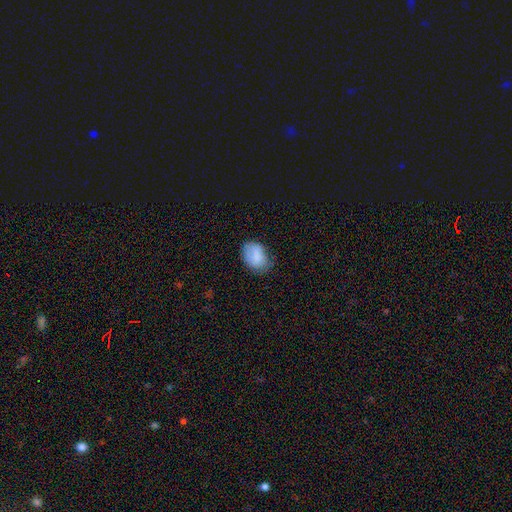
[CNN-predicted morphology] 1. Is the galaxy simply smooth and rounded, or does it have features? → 81% smooth, 11% featured or disk, 8% star or artifact.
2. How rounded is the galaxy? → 77% in between, 22% round, 1% cigar-shaped.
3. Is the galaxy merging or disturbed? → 63% none, 27% minor disturbance, 8% major disturbance, 2% merger.